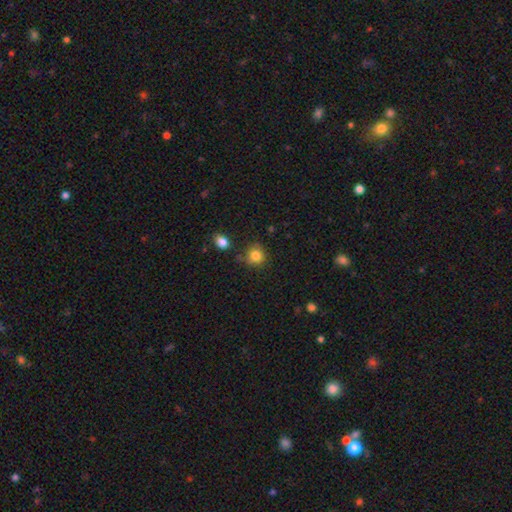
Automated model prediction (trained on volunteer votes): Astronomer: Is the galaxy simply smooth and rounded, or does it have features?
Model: smooth — 83%.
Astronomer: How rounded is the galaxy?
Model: round — 85%.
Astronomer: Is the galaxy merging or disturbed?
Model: none — 74%.